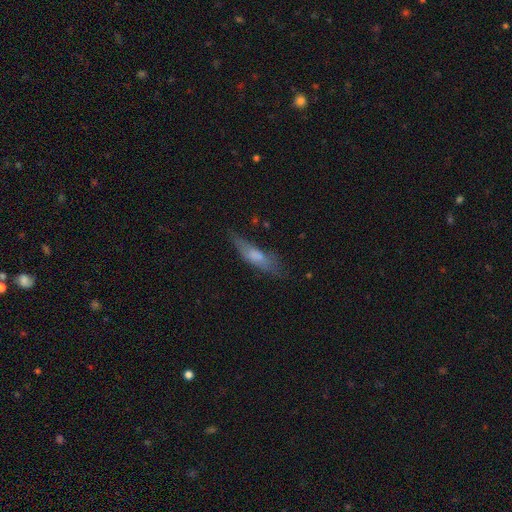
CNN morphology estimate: Q: Smooth or featured?
A: smooth (61%); runner-up: featured or disk (31%)
Q: How rounded?
A: cigar-shaped (65%); runner-up: in between (33%)
Q: Merging?
A: none (56%); runner-up: minor disturbance (28%)